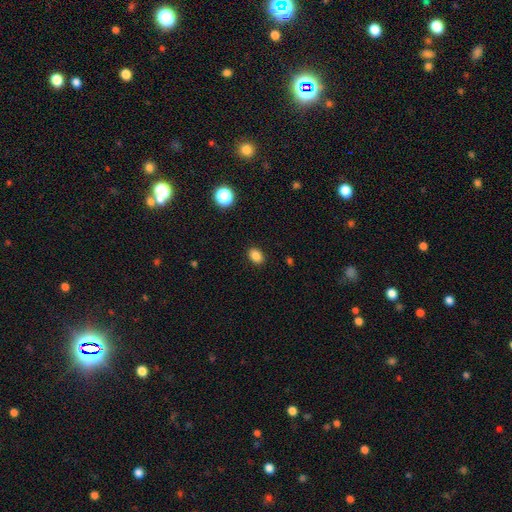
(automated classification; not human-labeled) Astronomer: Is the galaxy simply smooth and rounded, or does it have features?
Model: smooth — 85%.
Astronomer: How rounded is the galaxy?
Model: in between — 73%.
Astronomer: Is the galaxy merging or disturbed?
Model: none — 89%.